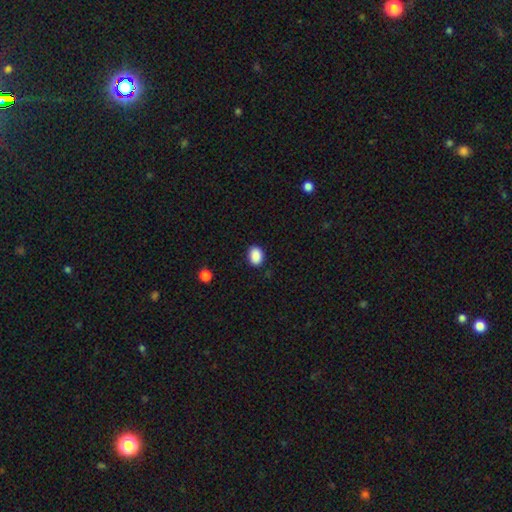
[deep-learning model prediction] smooth_or_featured: smooth (p=0.89) [alt: star or artifact p=0.08]
how_rounded: in between (p=0.64) [alt: round p=0.35]
merging: none (p=0.87) [alt: minor disturbance p=0.10]